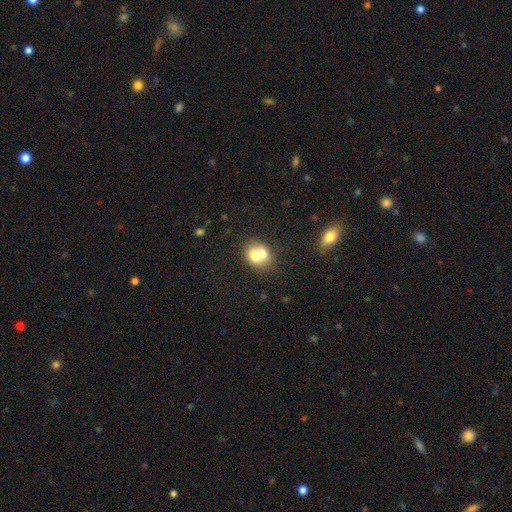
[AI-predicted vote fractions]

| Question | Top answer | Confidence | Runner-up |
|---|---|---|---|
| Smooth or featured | smooth | 66% | featured or disk (25%) |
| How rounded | round | 58% | in between (42%) |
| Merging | merger | 63% | none (26%) |